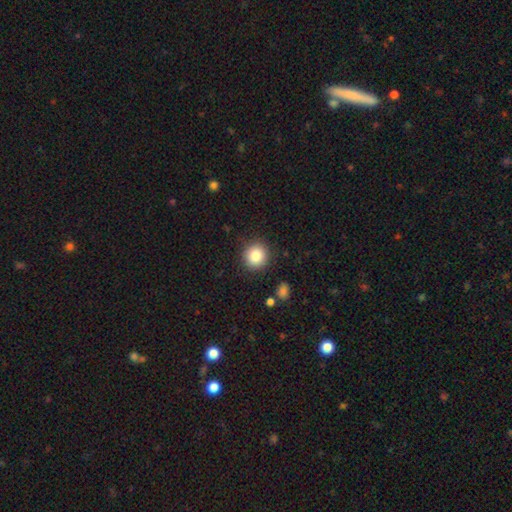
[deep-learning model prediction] A smooth galaxy with no disk features (85%) that is round (90%). Merging: none (89%).